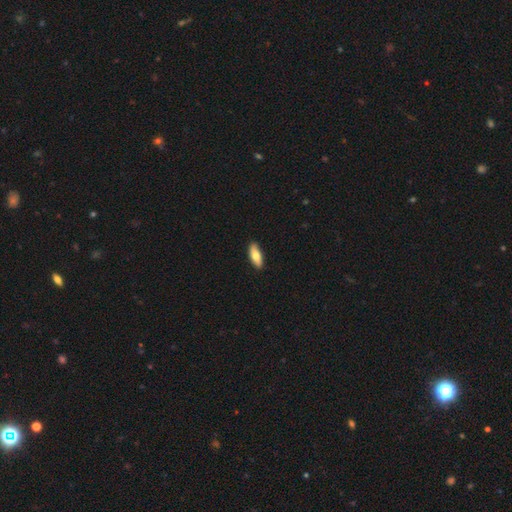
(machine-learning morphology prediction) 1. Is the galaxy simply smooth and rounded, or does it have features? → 73% smooth, 21% featured or disk, 5% star or artifact.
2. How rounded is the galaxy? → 67% in between, 30% cigar-shaped, 3% round.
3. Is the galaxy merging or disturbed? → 88% none, 9% minor disturbance, 2% major disturbance, 1% merger.